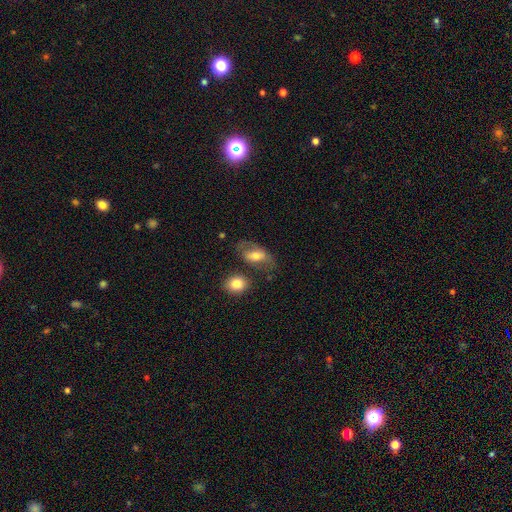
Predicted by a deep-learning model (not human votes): Smooth or featured? Predicted: smooth (p=0.55). How rounded? Predicted: in between (p=0.86). Merging? Predicted: none (p=0.55).